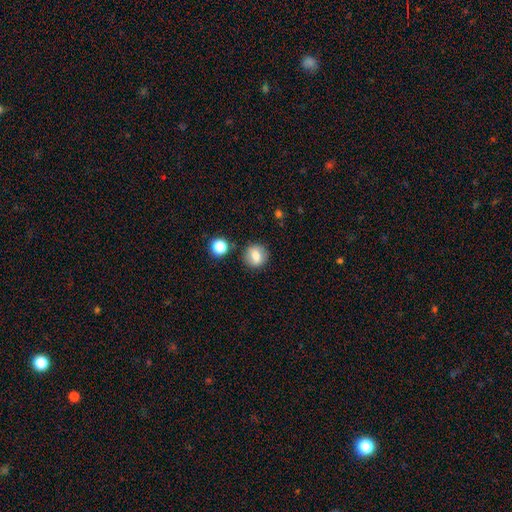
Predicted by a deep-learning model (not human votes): Overall: smooth (74%). How rounded: round (83%). Merging: none (84%).